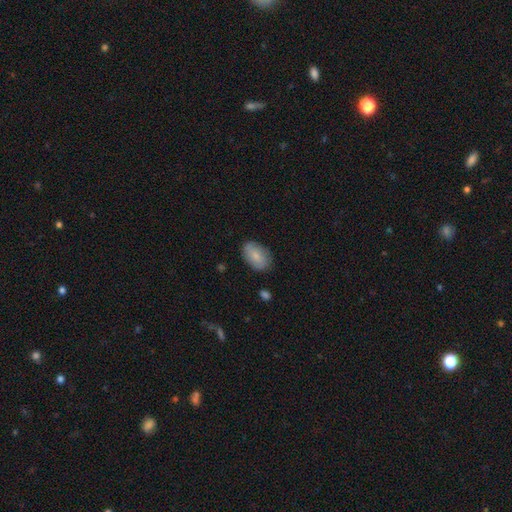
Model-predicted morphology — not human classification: Smooth or featured?
  - smooth: 81% *
  - featured or disk: 13%
  - star or artifact: 6%
How rounded?
  - in between: 91% *
  - round: 8%
  - cigar-shaped: 1%
Merging?
  - none: 81% *
  - minor disturbance: 15%
  - major disturbance: 3%
  - merger: 1%